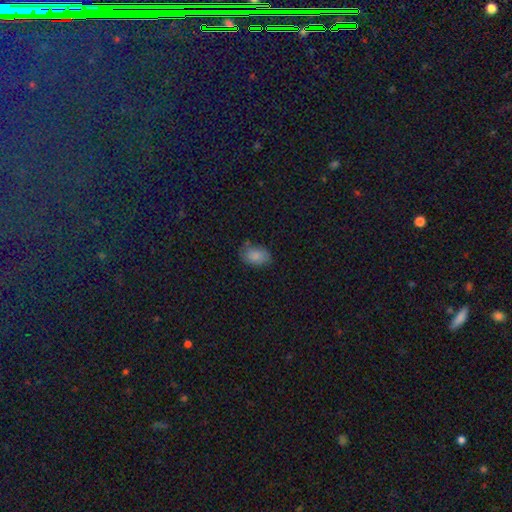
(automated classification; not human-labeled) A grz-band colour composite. It shows a smooth galaxy with no disk features (82%) that is in between round and cigar-shaped (85%). Merging: none (70%).